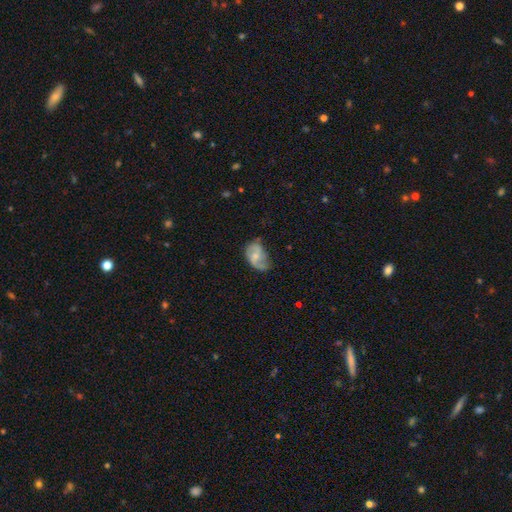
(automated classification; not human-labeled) The model was most divided on "bulge size": small: 45%, moderate: 41%, none: 10%, large: 3%, dominant: 1%. Remaining: edge-on disk — no (97%); spiral arms — yes (84%); smooth or featured — featured or disk (57%); bar — no (55%); merging — none (48%).